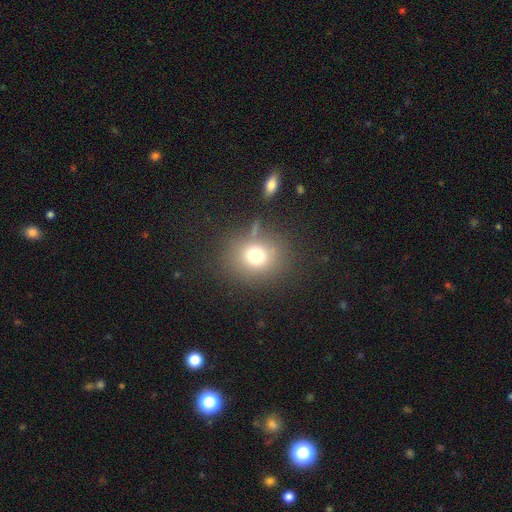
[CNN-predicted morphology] A smooth galaxy with no disk features (73%) that is round (75%).

Vote fractions:
- Smooth or featured? smooth: 73% / star or artifact: 16% / featured or disk: 11%
- How rounded? round: 75% / in between: 24% / cigar-shaped: 1%
- Merging? none: 74% / minor disturbance: 12% / major disturbance: 7% / merger: 7%